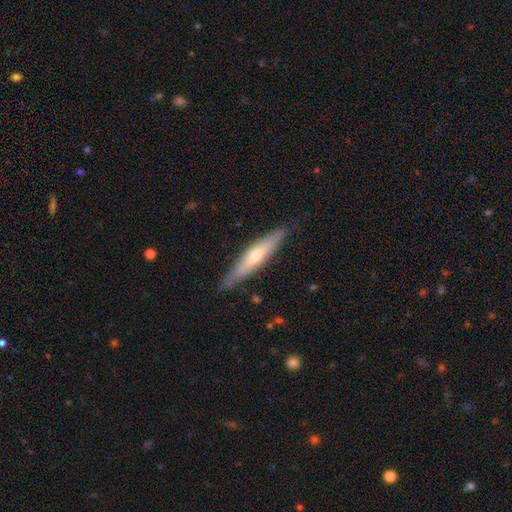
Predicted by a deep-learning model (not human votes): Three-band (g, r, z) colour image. It shows a featured or disk galaxy (52%) viewed edge-on (86%). Merging: none (84%).